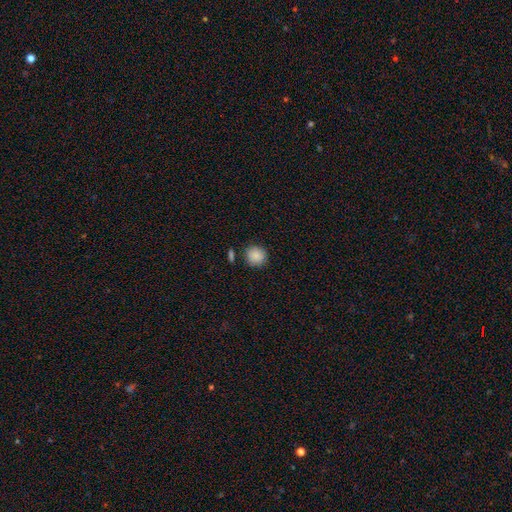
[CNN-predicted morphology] Smooth or featured?
  - smooth: 88% *
  - star or artifact: 8%
  - featured or disk: 4%
How rounded?
  - round: 90% *
  - in between: 9%
  - cigar-shaped: 1%
Merging?
  - none: 83% *
  - minor disturbance: 10%
  - merger: 5%
  - major disturbance: 3%